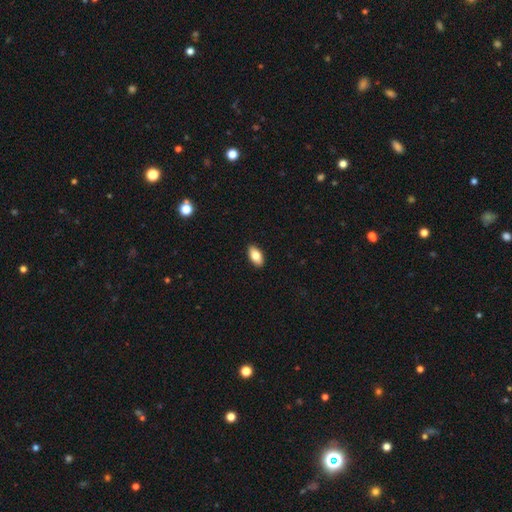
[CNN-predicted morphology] Smooth or featured? Predicted: smooth (p=0.80). How rounded? Predicted: in between (p=0.92). Merging? Predicted: none (p=0.90).